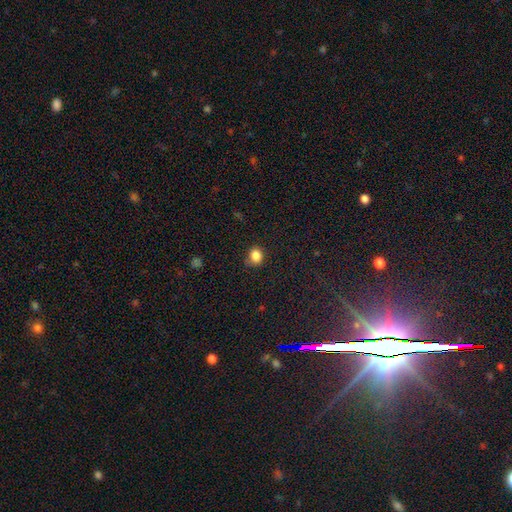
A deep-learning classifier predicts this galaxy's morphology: Smooth or featured: smooth — 84% (star or artifact — 11%)
How rounded: round — 69% (in between — 30%)
Merging: none — 75% (minor disturbance — 19%)